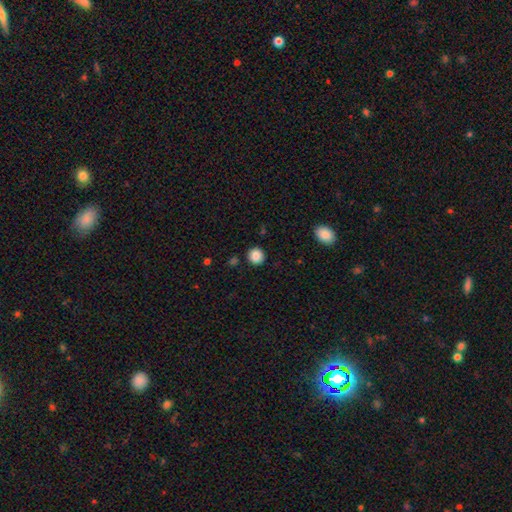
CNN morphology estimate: Smooth or featured? smooth (86%)
How rounded? round (91%)
Merging? none (90%)